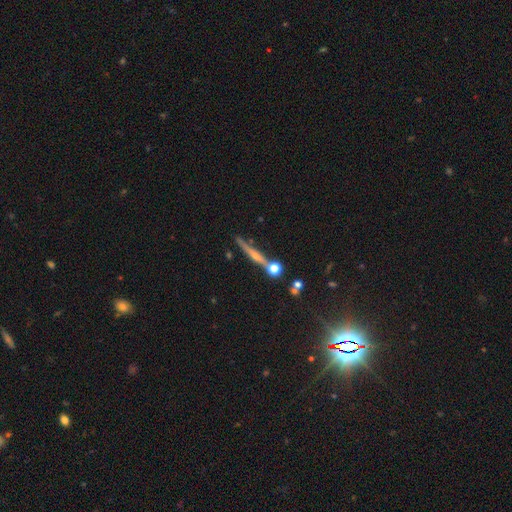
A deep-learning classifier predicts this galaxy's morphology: This is likely a featured or disk galaxy (60%). It is clearly viewed edge-on (95%). Edge-on bulge: likely rounded (61%). Merging: likely none (76%).